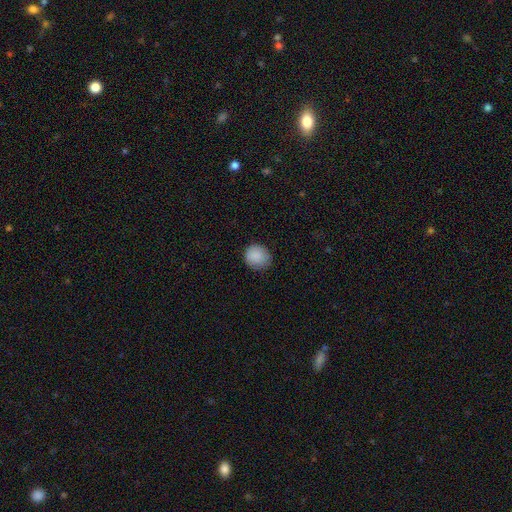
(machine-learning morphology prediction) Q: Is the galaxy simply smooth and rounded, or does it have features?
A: smooth — 89%.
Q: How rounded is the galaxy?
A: round — 85%.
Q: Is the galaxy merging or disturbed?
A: none — 80%.